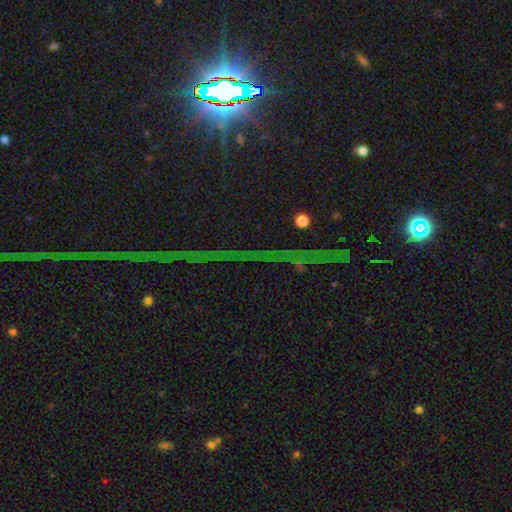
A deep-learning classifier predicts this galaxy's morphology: Smooth or featured: star or artifact — 85% (featured or disk — 8%)